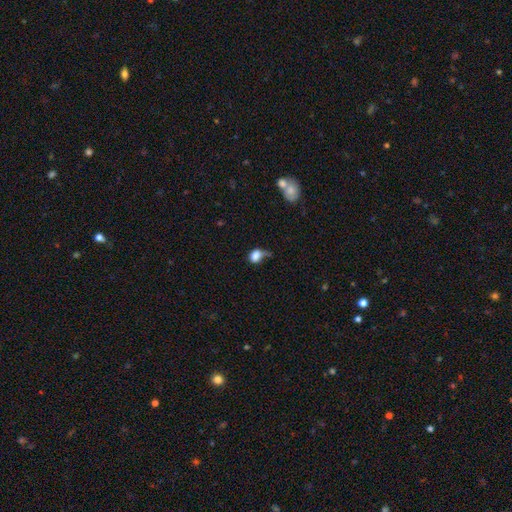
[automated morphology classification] A smooth galaxy with no disk features (78%) that is in between round and cigar-shaped (53%).

Vote fractions:
- Smooth or featured? smooth: 78% / featured or disk: 12% / star or artifact: 10%
- How rounded? in between: 53% / round: 45% / cigar-shaped: 2%
- Merging? major disturbance: 33% / minor disturbance: 31% / none: 26% / merger: 10%